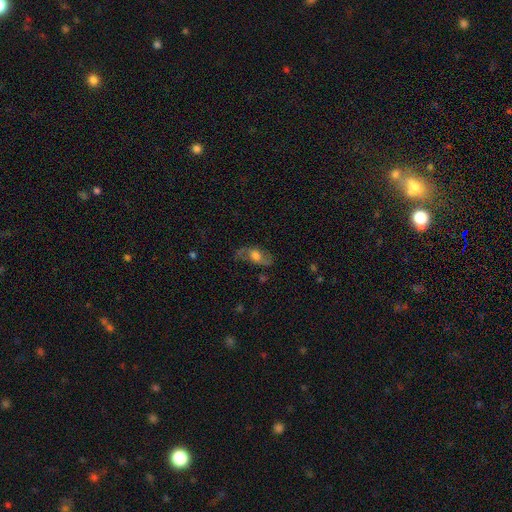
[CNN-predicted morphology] type=featured or disk (55%); edge-on=no (88%); merging=none (58%).